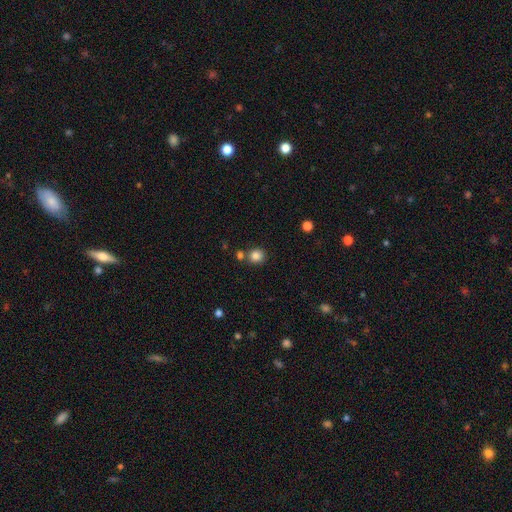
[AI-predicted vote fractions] Q: Smooth or featured?
A: smooth (84%); runner-up: star or artifact (11%)
Q: How rounded?
A: round (89%); runner-up: in between (10%)
Q: Merging?
A: none (75%); runner-up: merger (14%)